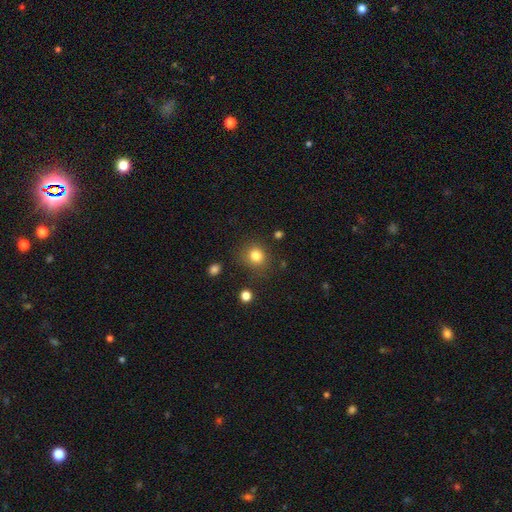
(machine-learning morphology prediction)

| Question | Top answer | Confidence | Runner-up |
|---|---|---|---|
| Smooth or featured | smooth | 83% | star or artifact (12%) |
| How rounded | round | 81% | in between (18%) |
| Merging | none | 81% | minor disturbance (12%) |